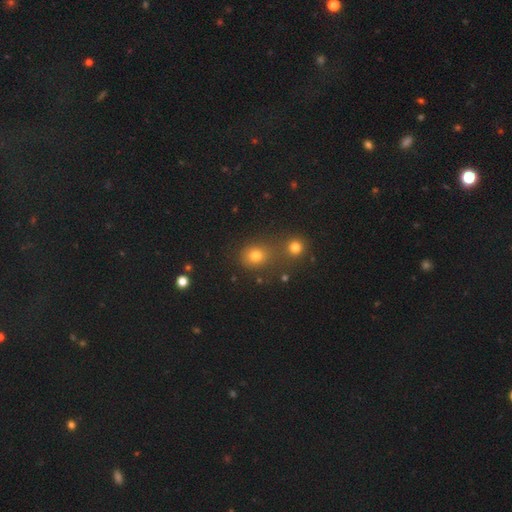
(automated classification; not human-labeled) Smooth or featured? smooth (70%)
How rounded? round (76%)
Merging? none (65%)